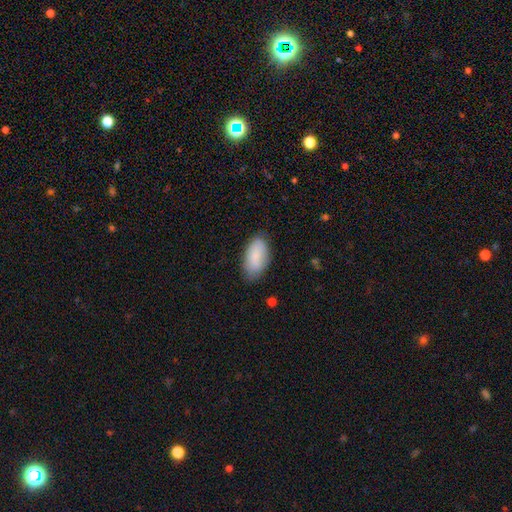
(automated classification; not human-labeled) The model was most divided on "merging": none: 78%, minor disturbance: 18%, major disturbance: 3%, merger: 1%. More confident: how rounded — in between (95%); smooth or featured — smooth (86%).